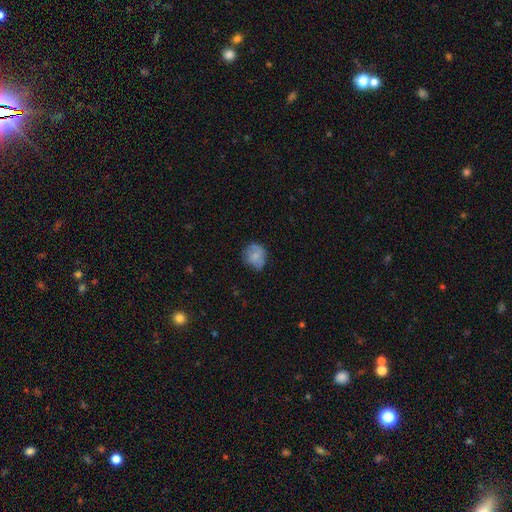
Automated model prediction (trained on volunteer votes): Smooth or featured: smooth — 71% (featured or disk — 20%)
How rounded: round — 73% (in between — 26%)
Merging: none — 62% (minor disturbance — 27%)